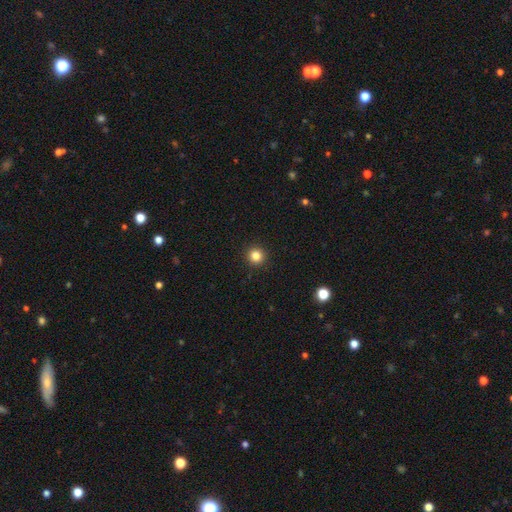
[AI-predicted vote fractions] This appears to be a smooth galaxy with no disk features (84%) that is round (95%). Merging: none (93%).